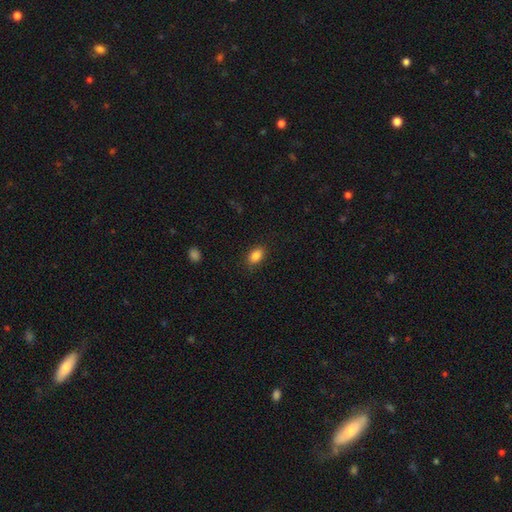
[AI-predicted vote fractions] Morphology: type=smooth (86%); roundness=in between (85%); merging=none (85%).